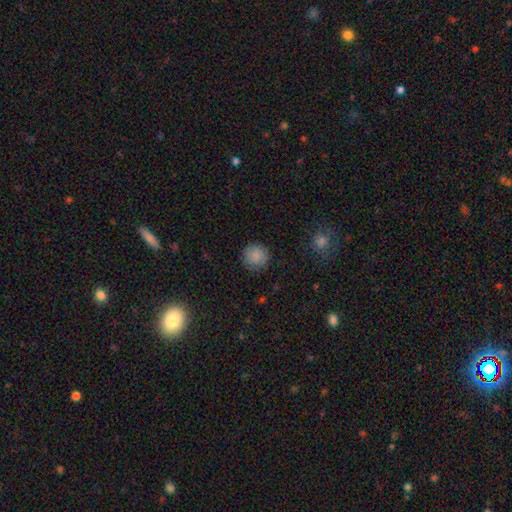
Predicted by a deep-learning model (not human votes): smooth 84%, star or artifact 9%, featured or disk 7%. Down the decision tree: how rounded — round (93%); merging — none (85%).